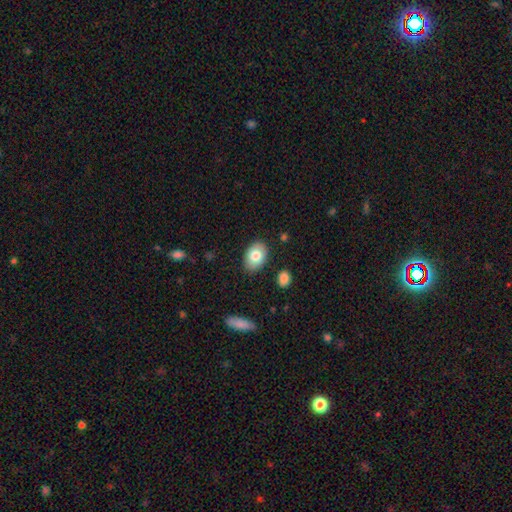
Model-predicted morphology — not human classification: The model was most divided on "smooth or featured": smooth: 80%, featured or disk: 14%, star or artifact: 7%. More confident: how rounded — in between (85%); merging — none (85%).